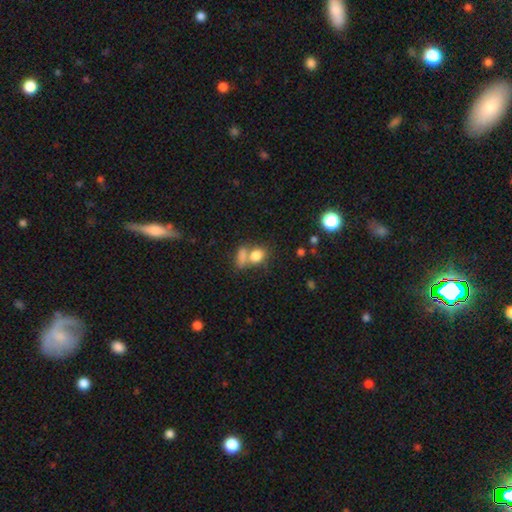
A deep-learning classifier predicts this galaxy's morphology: type=smooth (80%); roundness=in between (59%); merging=merger (46%).